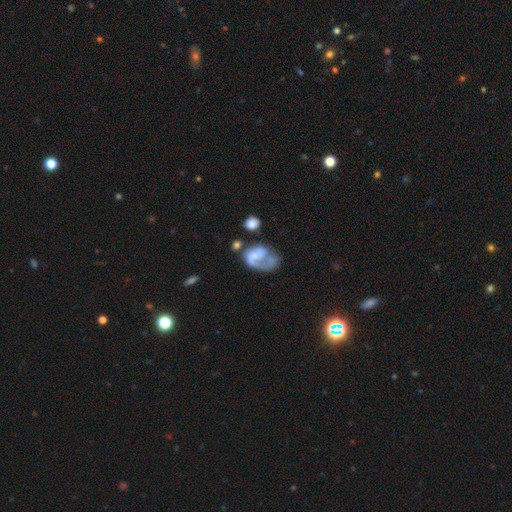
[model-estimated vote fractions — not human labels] A featured or disk galaxy (62%) with no bar (70%), spiral arms (73%) and a small central bulge (40%). Merging: major disturbance (43%).